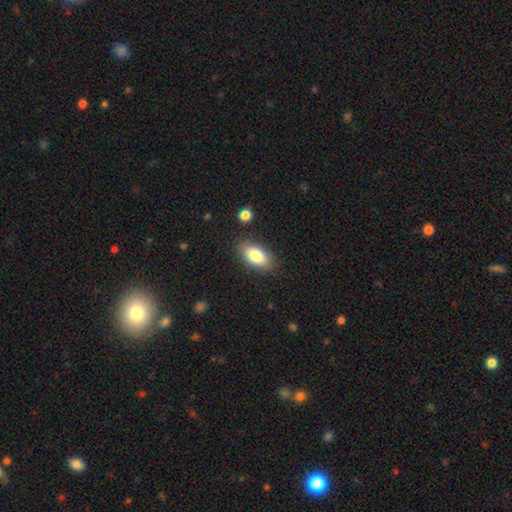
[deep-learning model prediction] This is clearly a smooth galaxy (81%). How rounded: clearly in between (90%). Merging: clearly none (84%).